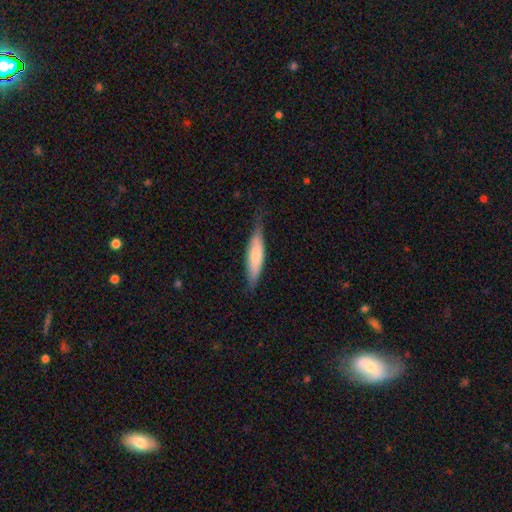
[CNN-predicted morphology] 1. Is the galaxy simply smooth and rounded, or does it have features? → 65% smooth, 30% featured or disk, 5% star or artifact.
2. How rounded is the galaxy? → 69% cigar-shaped, 29% in between, 2% round.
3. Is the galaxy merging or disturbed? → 66% none, 27% minor disturbance, 6% major disturbance, 1% merger.